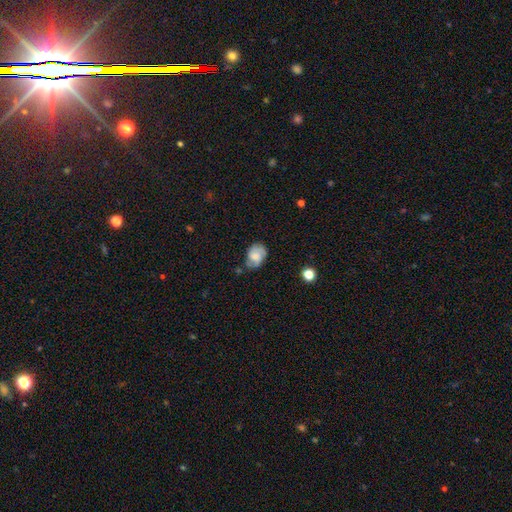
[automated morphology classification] Smooth or featured? smooth (53%)
How rounded? in between (71%)
Merging? none (53%)